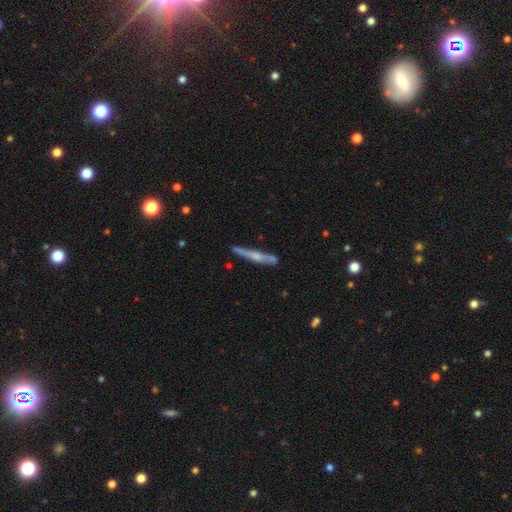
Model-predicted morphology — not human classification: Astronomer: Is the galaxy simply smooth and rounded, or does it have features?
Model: featured or disk — 61%.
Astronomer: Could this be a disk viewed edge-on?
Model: yes — 95%.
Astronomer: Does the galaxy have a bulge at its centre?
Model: rounded — 62%.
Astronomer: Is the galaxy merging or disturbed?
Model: none — 77%.